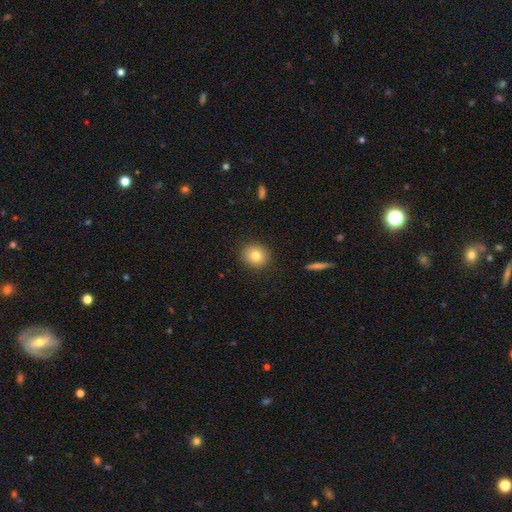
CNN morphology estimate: smooth 80%, featured or disk 10%, star or artifact 10%. Down the decision tree: how rounded — round (80%); merging — none (90%).